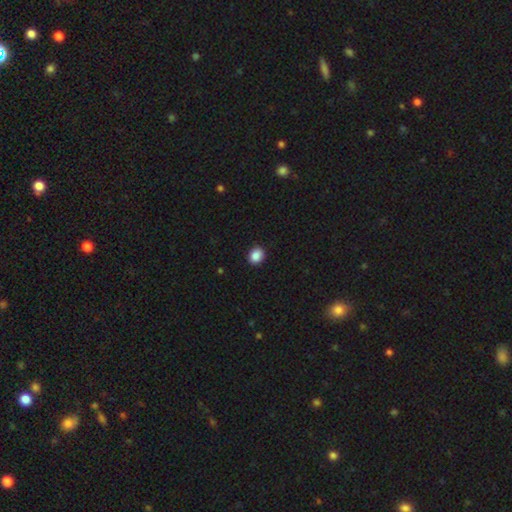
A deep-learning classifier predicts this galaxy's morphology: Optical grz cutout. It shows a smooth galaxy with no disk features (88%) that is round (68%). Merging: none (91%).